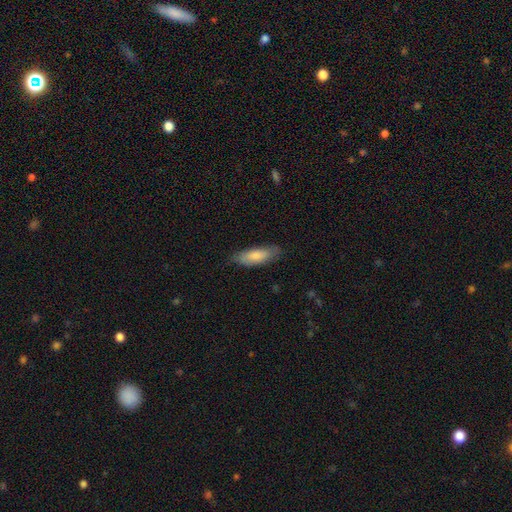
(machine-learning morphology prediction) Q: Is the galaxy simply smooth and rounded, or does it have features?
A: smooth — 80%.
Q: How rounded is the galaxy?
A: in between — 60%.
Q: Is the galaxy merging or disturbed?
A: none — 78%.